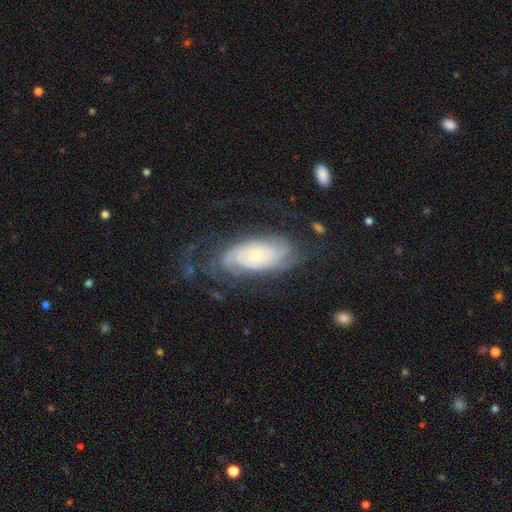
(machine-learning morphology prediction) Overall: featured or disk (78%). Edge-on disk: no (93%). Bar: no (72%). Spiral arms: yes (94%). Spiral arm count: can't tell (41%; 2 31%). Spiral winding: tight (65%; medium 26%). Bulge size: small (64%). Merging: none (59%; minor disturbance 19%).